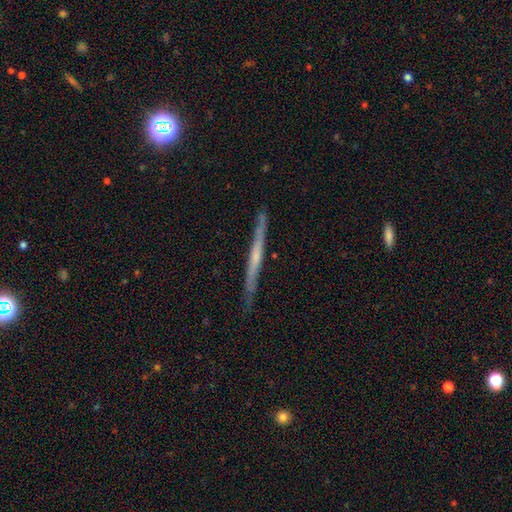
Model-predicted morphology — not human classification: Q: Smooth or featured?
A: featured or disk (63%); runner-up: smooth (30%)
Q: Edge-on disk?
A: yes (96%); runner-up: no (4%)
Q: Edge-on bulge?
A: none (69%); runner-up: rounded (23%)
Q: Merging?
A: none (83%); runner-up: minor disturbance (13%)